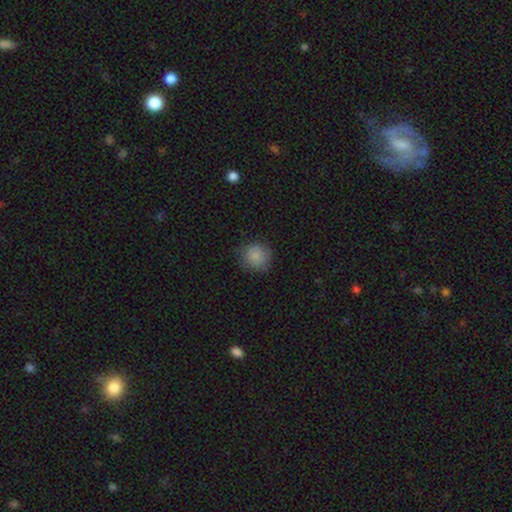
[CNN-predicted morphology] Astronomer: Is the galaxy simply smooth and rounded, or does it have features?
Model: smooth — 86%.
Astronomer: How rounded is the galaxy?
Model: round — 89%.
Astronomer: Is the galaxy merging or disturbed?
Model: none — 80%.